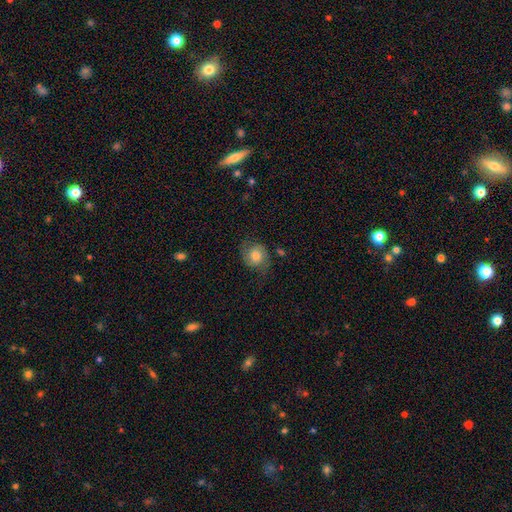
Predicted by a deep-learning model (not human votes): The model was most divided on "smooth or featured": smooth: 50%, featured or disk: 41%, star or artifact: 9%. More confident: merging — none (66%).